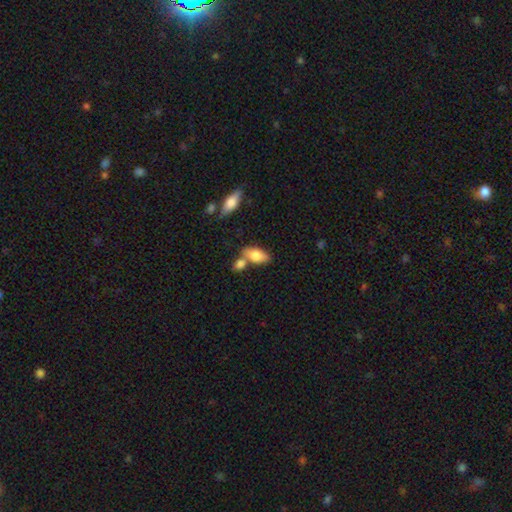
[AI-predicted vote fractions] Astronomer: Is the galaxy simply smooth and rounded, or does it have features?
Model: smooth — 74%.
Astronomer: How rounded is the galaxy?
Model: in between — 85%.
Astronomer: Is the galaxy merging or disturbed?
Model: none — 55%.